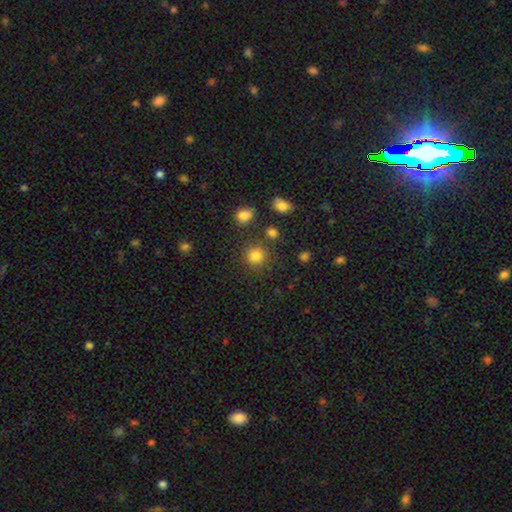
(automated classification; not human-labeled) smooth 81%, star or artifact 13%, featured or disk 5%. Down the decision tree: how rounded — round (90%); merging — none (82%).